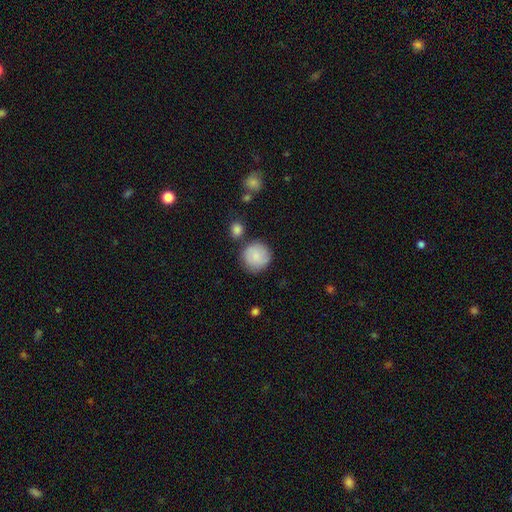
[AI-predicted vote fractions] Overall: smooth (83%). How rounded: round (93%). Merging: none (76%).